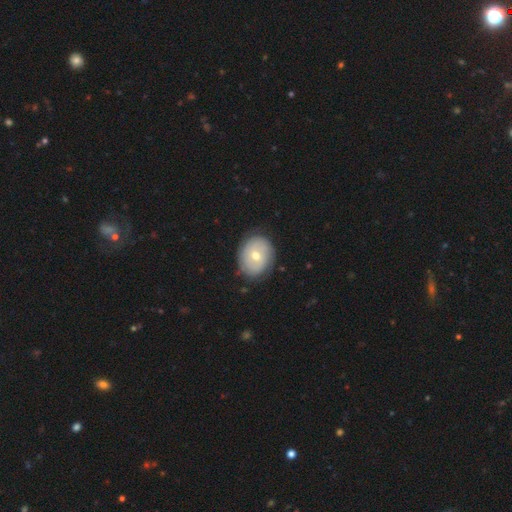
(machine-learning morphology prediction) Smooth or featured? Predicted: featured or disk (p=0.50). Edge-on disk? Predicted: no (p=0.96). Merging? Predicted: none (p=0.83).